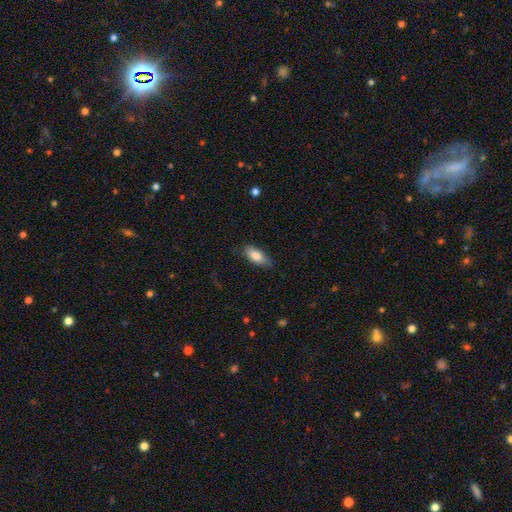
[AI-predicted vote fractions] A smooth galaxy with no disk features (82%) that is in between round and cigar-shaped (83%).

Vote fractions:
- Smooth or featured? smooth: 82% / featured or disk: 12% / star or artifact: 6%
- How rounded? in between: 83% / cigar-shaped: 15% / round: 3%
- Merging? none: 77% / minor disturbance: 18% / major disturbance: 3% / merger: 1%